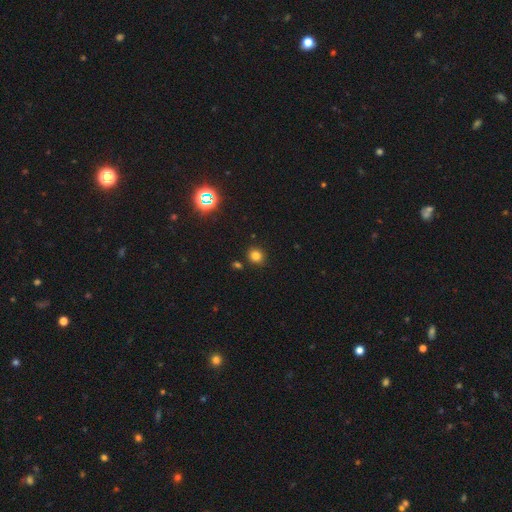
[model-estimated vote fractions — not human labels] Smooth or featured?
  - smooth: 80% *
  - star or artifact: 15%
  - featured or disk: 5%
How rounded?
  - round: 81% *
  - in between: 18%
  - cigar-shaped: 1%
Merging?
  - none: 85% *
  - minor disturbance: 8%
  - merger: 5%
  - major disturbance: 2%